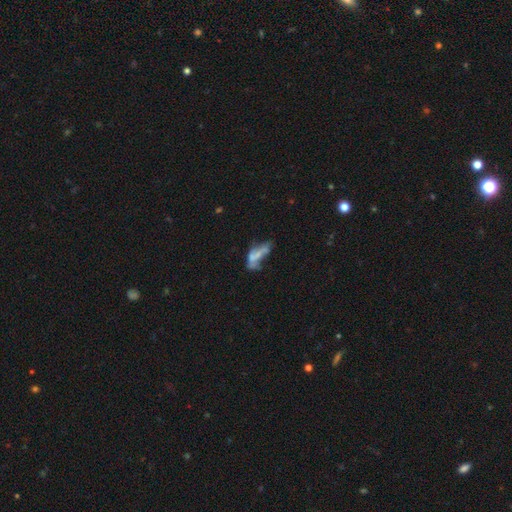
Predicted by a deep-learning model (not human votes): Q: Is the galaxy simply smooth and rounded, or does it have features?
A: featured or disk — 45%.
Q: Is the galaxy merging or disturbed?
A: major disturbance — 31%.